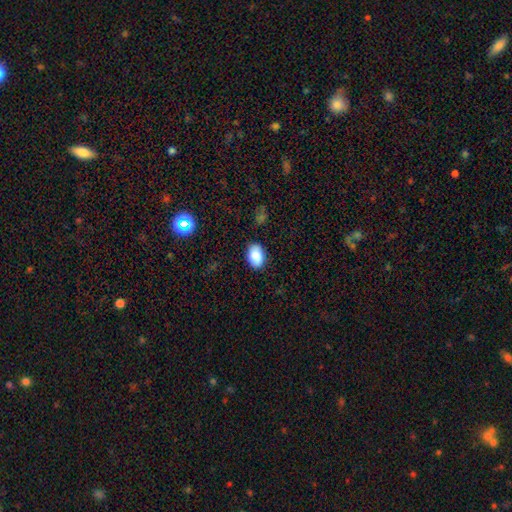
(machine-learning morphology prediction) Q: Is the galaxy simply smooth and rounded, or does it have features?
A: smooth — 86%.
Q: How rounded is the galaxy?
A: in between — 87%.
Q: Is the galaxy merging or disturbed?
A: none — 86%.